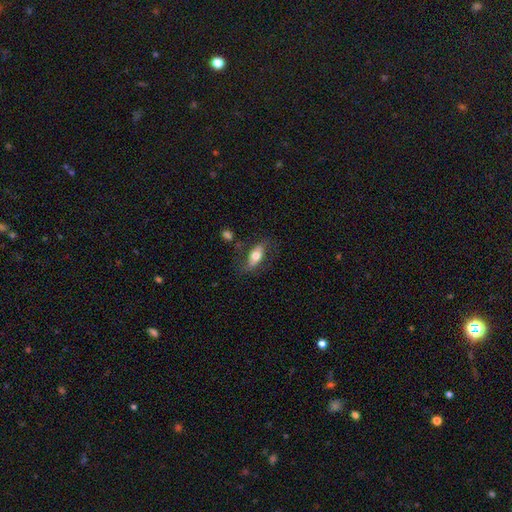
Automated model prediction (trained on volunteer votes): The model was most divided on "smooth or featured": smooth: 63%, featured or disk: 30%, star or artifact: 7%. More confident: how rounded — in between (80%); merging — none (68%).